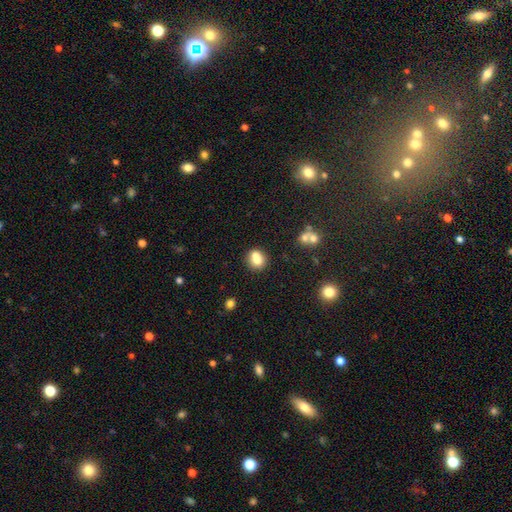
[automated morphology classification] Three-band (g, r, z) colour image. It shows a smooth galaxy with no disk features (73%) that is round (68%). Merging: none (44%).